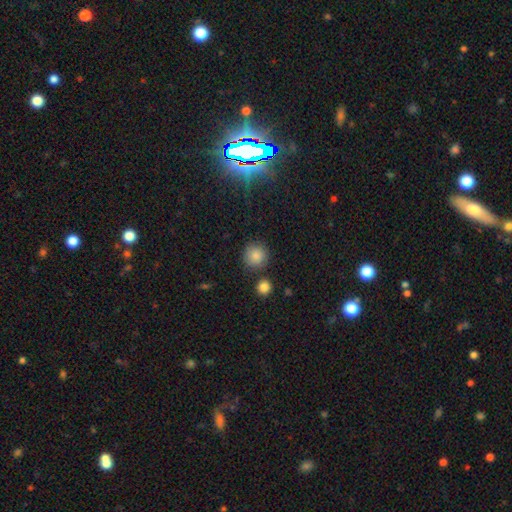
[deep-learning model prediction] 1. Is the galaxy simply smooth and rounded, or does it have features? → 86% smooth, 9% star or artifact, 5% featured or disk.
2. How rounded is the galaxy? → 93% round, 6% in between, 1% cigar-shaped.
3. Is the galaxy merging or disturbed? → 82% none, 9% minor disturbance, 6% merger, 3% major disturbance.